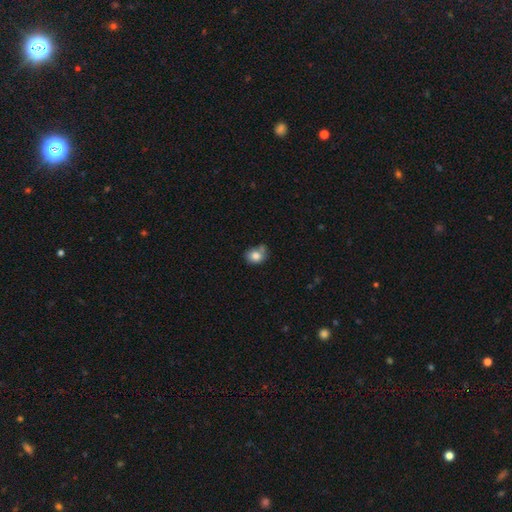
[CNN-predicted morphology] type=smooth (81%); roundness=round (55%); merging=none (49%).